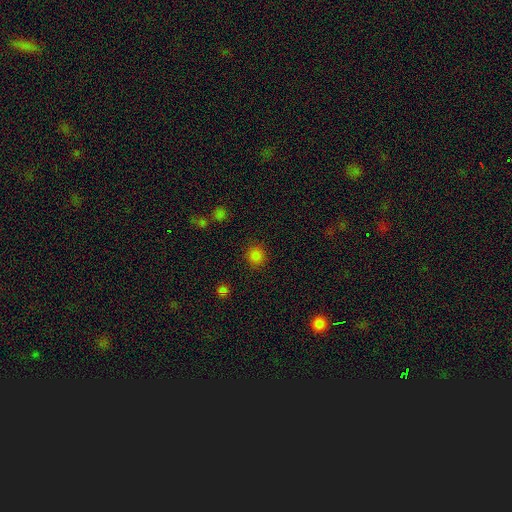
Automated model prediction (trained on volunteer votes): smooth_or_featured: smooth (p=0.83) [alt: star or artifact p=0.13]
how_rounded: round (p=0.89) [alt: in between p=0.10]
merging: none (p=0.89) [alt: minor disturbance p=0.07]